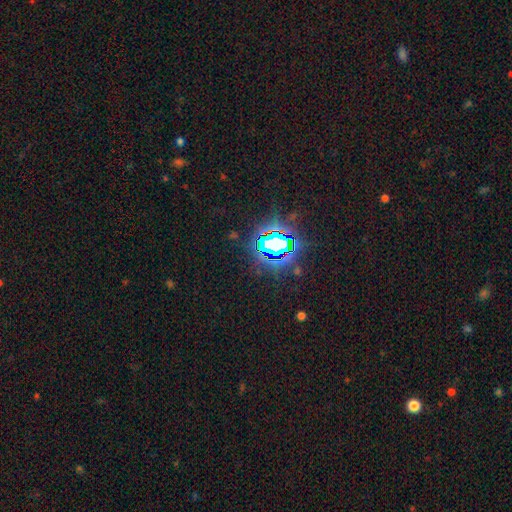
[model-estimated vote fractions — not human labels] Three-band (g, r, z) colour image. It shows a star or artifact, not a galaxy (84%).